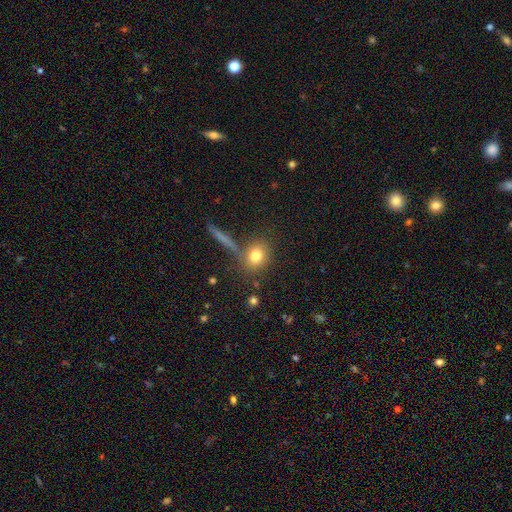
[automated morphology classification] smooth 78%, star or artifact 11%, featured or disk 11%. Down the decision tree: how rounded — round (67%); merging — none (75%).